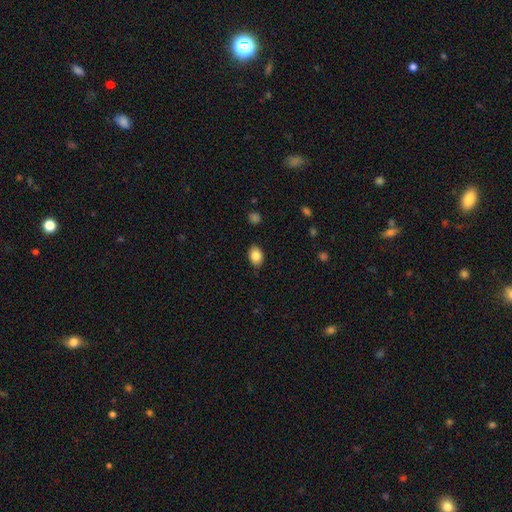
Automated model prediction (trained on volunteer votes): Smooth or featured?
  - smooth: 85% *
  - star or artifact: 8%
  - featured or disk: 7%
How rounded?
  - in between: 80% *
  - round: 19%
  - cigar-shaped: 1%
Merging?
  - none: 86% *
  - minor disturbance: 11%
  - major disturbance: 2%
  - merger: 1%